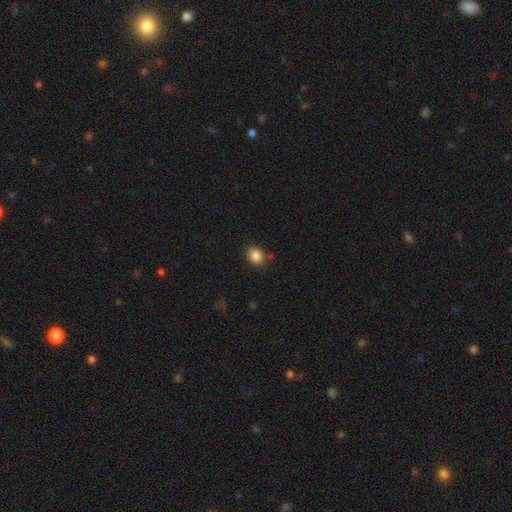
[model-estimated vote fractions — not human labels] This is clearly a smooth galaxy (86%). How rounded: possibly in between (53%). Merging: clearly none (83%).